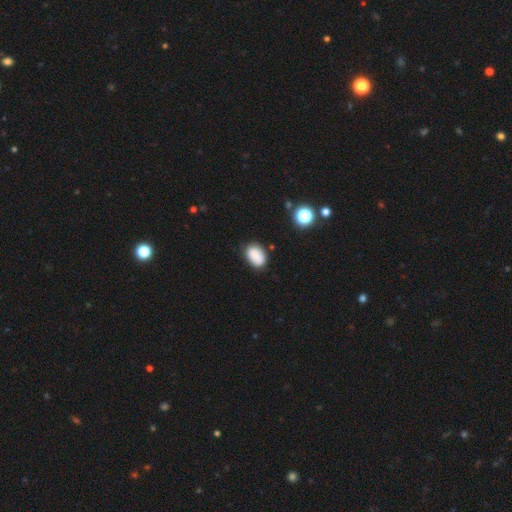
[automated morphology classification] smooth 82%, star or artifact 10%, featured or disk 8%. Down the decision tree: how rounded — in between (81%); merging — none (73%).